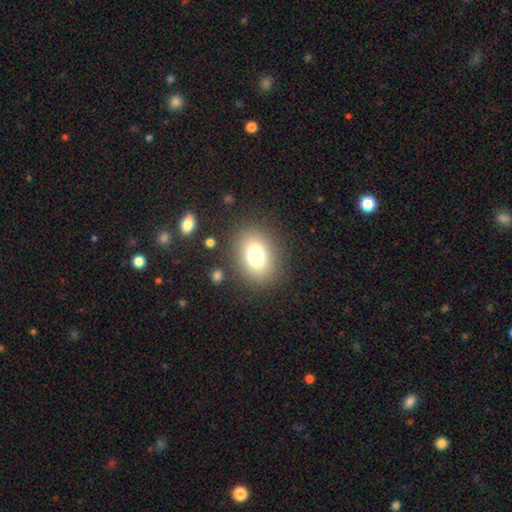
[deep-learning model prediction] Morphology: type=smooth (76%); roundness=in between (63%); merging=none (84%).